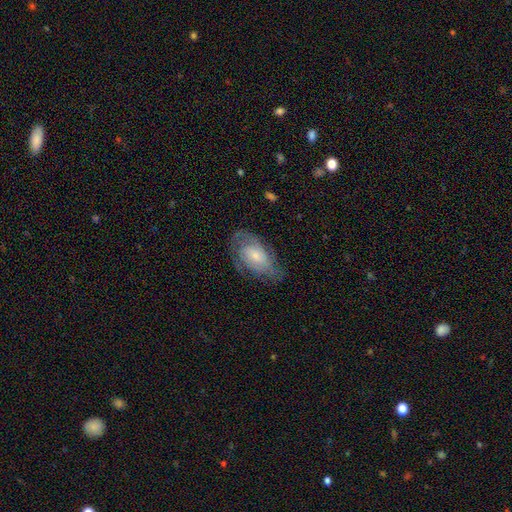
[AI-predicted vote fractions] featured or disk 66%, smooth 28%, star or artifact 7%. Down the decision tree: edge-on disk — no (95%); bar — no (66%); spiral arms — yes (87%); spiral arm count — 2 (39%); spiral winding — tight (51%); bulge size — small (58%); merging — none (68%).